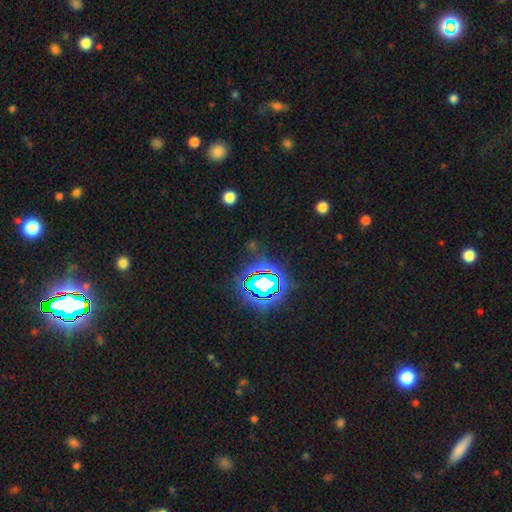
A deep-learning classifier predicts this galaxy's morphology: smooth-or-featured: star or artifact: 81% | smooth: 12% | featured or disk: 7%